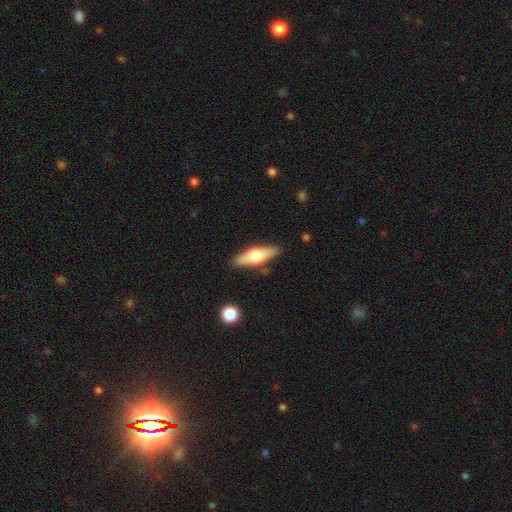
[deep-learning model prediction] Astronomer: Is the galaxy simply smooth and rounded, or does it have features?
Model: smooth — 51% (runner-up: featured or disk, 44%).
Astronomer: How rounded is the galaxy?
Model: cigar-shaped — 49% (runner-up: in between, 48%).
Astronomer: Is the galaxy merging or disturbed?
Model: none — 86%.